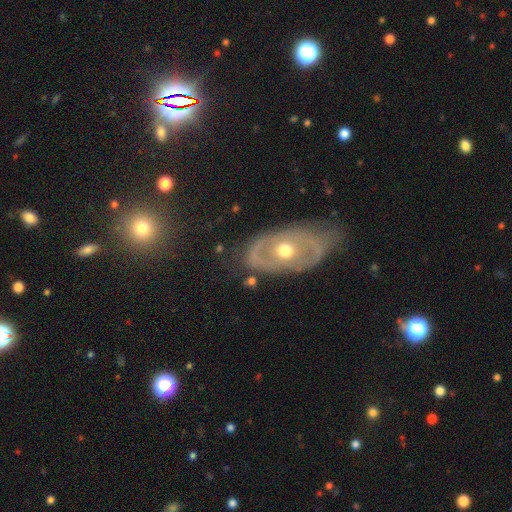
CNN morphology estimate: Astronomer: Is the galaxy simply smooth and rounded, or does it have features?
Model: featured or disk — 73%.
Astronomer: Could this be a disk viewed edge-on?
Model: no — 91%.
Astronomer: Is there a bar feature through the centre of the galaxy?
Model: no — 82%.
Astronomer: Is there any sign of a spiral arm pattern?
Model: no — 54% (runner-up: yes, 46%).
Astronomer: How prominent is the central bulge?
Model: moderate — 75%.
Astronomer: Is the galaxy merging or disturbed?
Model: none — 65%.